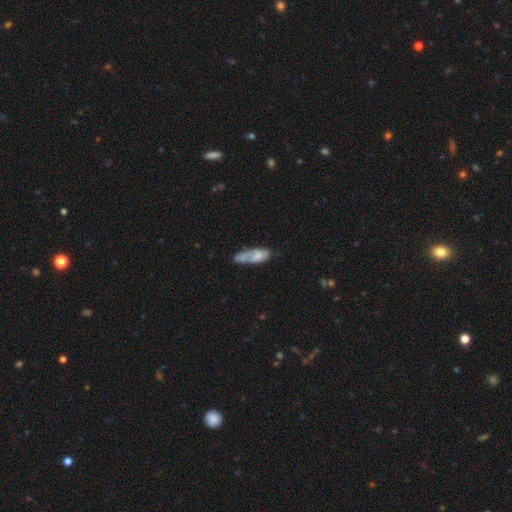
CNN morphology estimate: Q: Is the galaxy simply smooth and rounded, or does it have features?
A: smooth — 67%.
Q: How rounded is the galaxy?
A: in between — 60%.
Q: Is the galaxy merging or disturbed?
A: none — 41%.